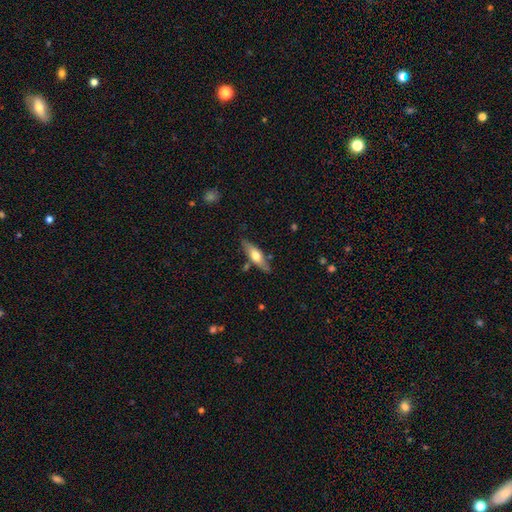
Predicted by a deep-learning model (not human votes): Smooth or featured? smooth (53%)
How rounded? cigar-shaped (58%)
Merging? none (79%)